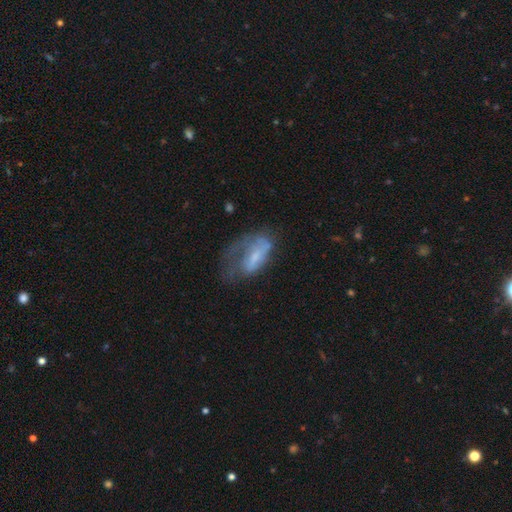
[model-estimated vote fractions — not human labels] This appears to be a featured or disk galaxy (57%) with no bar (46%), spiral arms (58%) and a small central bulge (46%). Merging: major disturbance (44%).